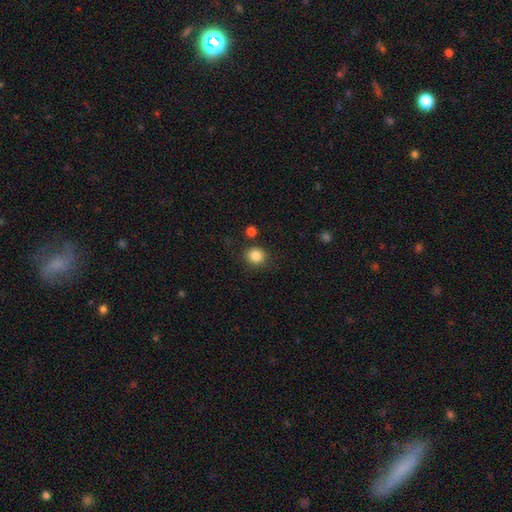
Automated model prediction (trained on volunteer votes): A smooth galaxy with no disk features (85%) that is round (80%).

Vote fractions:
- Smooth or featured? smooth: 85% / star or artifact: 10% / featured or disk: 5%
- How rounded? round: 80% / in between: 19% / cigar-shaped: 1%
- Merging? none: 83% / minor disturbance: 9% / merger: 4% / major disturbance: 3%